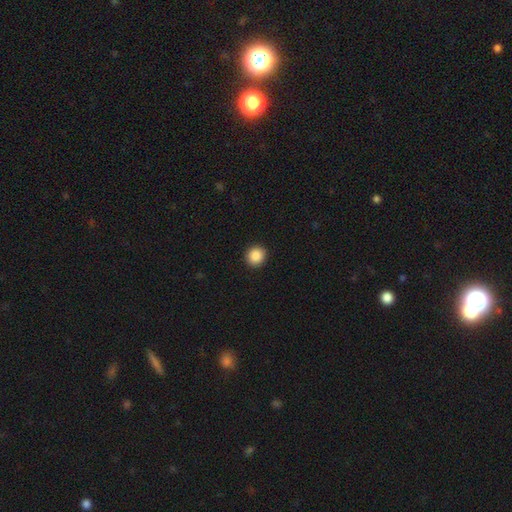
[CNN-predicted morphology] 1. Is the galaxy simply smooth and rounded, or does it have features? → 88% smooth, 9% star or artifact, 3% featured or disk.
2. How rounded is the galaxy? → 89% round, 10% in between, 1% cigar-shaped.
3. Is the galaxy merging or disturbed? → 93% none, 5% minor disturbance, 2% major disturbance, 1% merger.